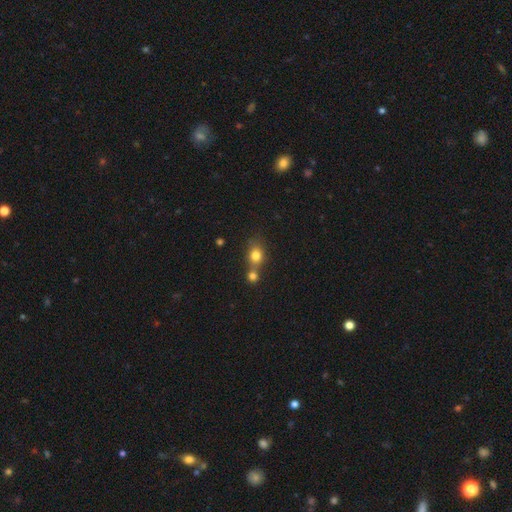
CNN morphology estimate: This appears to be a smooth galaxy with no disk features (78%) that is round (68%). Merging: merger (47%).